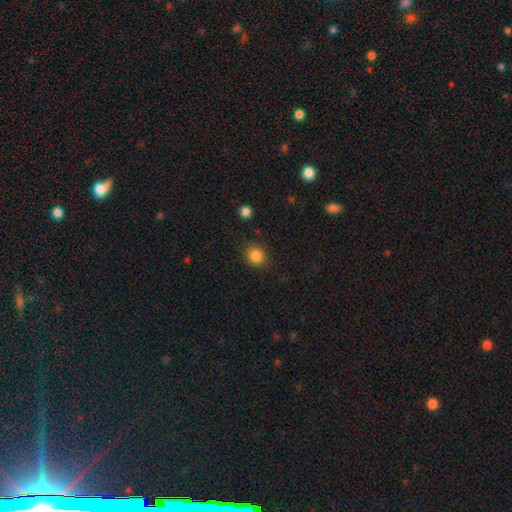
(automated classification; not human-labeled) Overall: smooth (86%). How rounded: round (87%). Merging: none (87%).